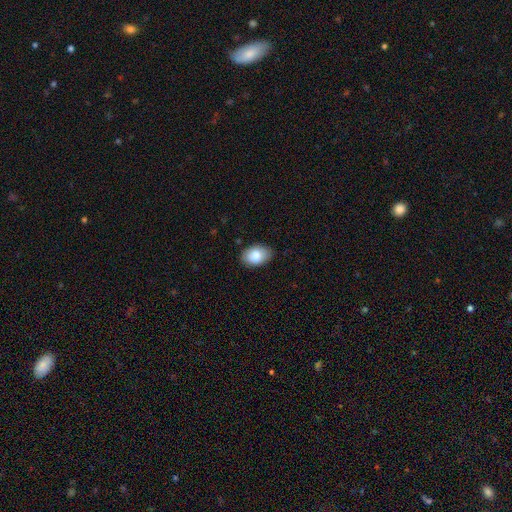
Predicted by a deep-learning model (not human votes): This is clearly a smooth galaxy (83%). How rounded: clearly in between (89%). Merging: clearly none (84%).